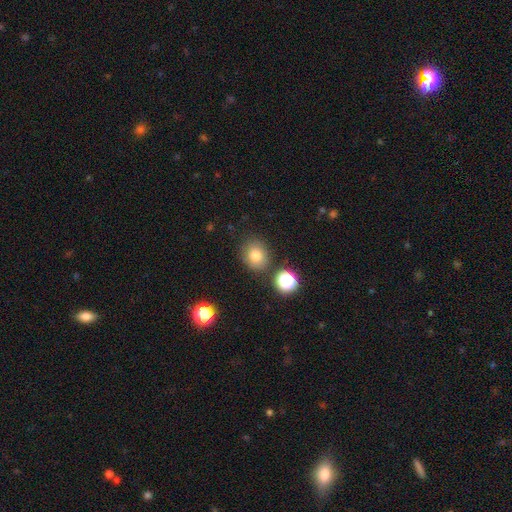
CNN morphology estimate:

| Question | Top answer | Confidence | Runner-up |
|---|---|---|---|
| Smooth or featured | smooth | 77% | star or artifact (14%) |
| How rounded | round | 70% | in between (29%) |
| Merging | none | 81% | minor disturbance (11%) |